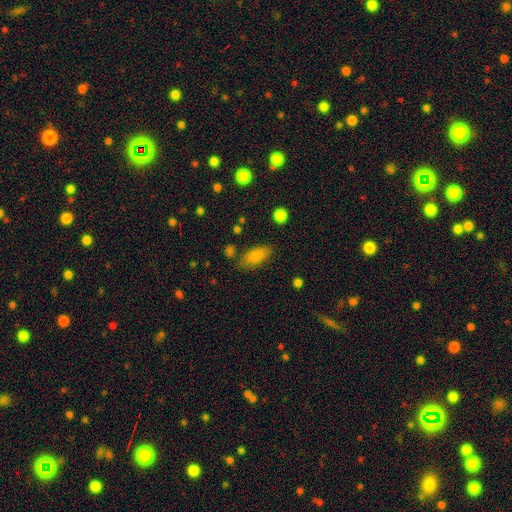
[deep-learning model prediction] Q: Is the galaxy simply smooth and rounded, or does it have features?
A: smooth — 81%.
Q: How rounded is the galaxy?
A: in between — 86%.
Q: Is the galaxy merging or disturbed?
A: none — 78%.